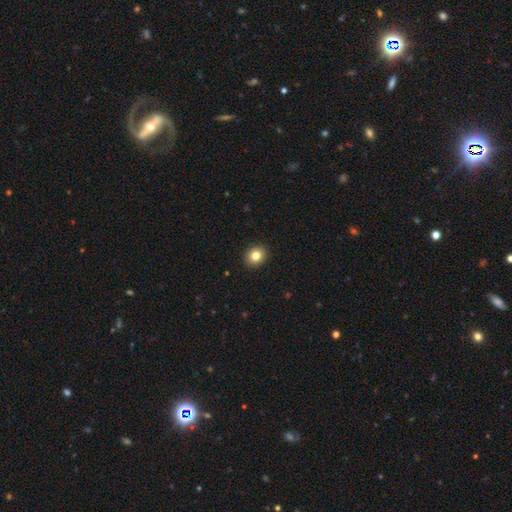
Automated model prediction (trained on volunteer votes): Smooth or featured? smooth (82%)
How rounded? round (73%)
Merging? none (92%)